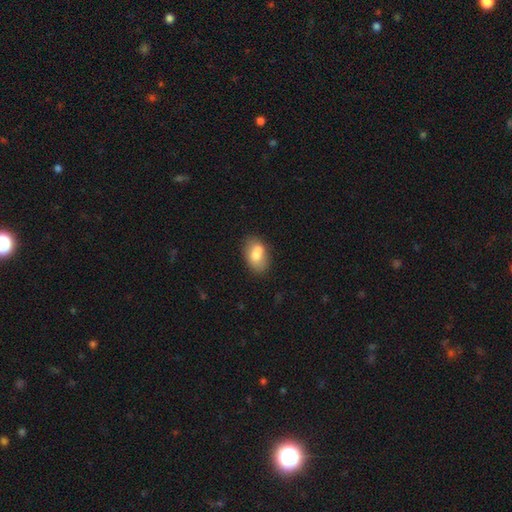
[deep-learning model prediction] The model was most divided on "merging": none: 49%, merger: 30%, minor disturbance: 16%, major disturbance: 5%. More confident: how rounded — in between (84%); smooth or featured — smooth (70%).